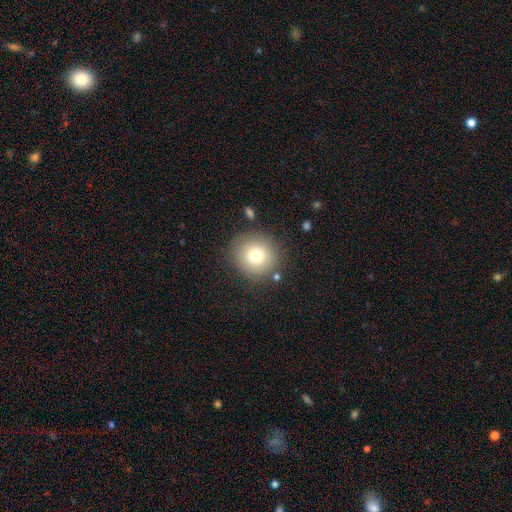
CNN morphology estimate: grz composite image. It shows a smooth galaxy with no disk features (76%) that is round (92%). Merging: none (84%).